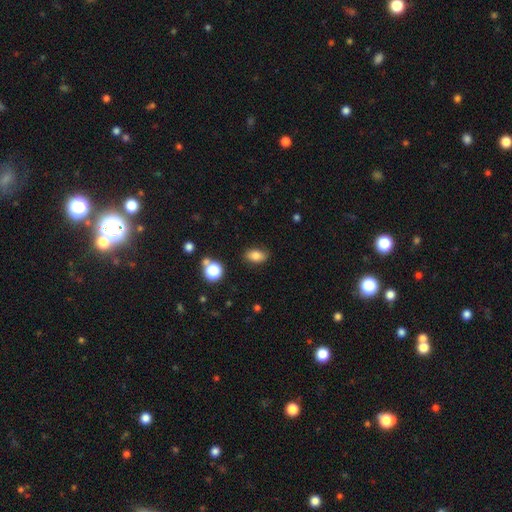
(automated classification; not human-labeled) A smooth galaxy with no disk features (80%) that is in between round and cigar-shaped (85%).

Vote fractions:
- Smooth or featured? smooth: 80% / star or artifact: 11% / featured or disk: 9%
- How rounded? in between: 85% / round: 13% / cigar-shaped: 2%
- Merging? none: 82% / minor disturbance: 13% / major disturbance: 3% / merger: 2%